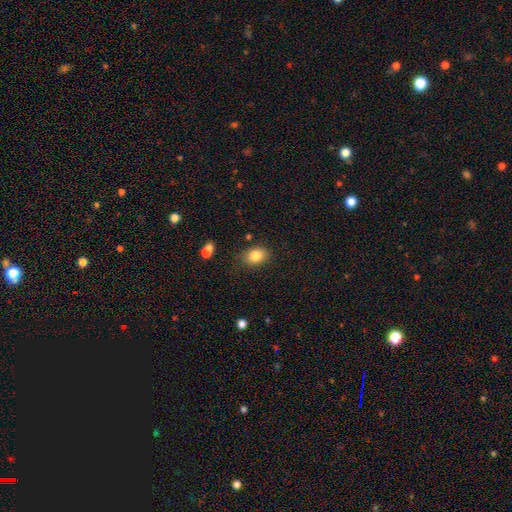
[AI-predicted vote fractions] The model was most divided on "how rounded": in between: 71%, round: 27%, cigar-shaped: 1%. More confident: smooth or featured — smooth (83%); merging — none (77%).